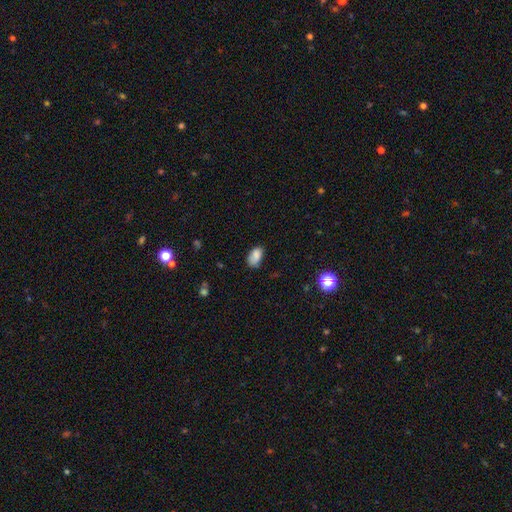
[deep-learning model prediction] Morphology: type=smooth (84%); roundness=in between (92%); merging=none (64%).